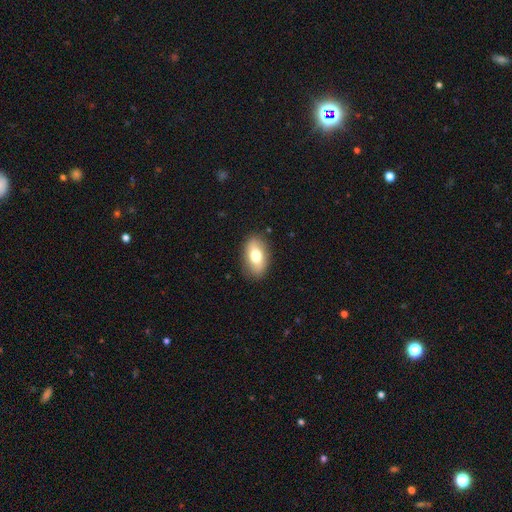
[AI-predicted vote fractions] smooth 70%, featured or disk 23%, star or artifact 7%. Down the decision tree: how rounded — in between (89%); merging — none (86%).